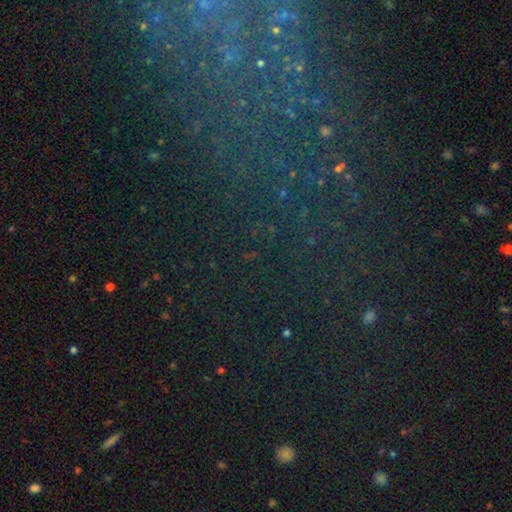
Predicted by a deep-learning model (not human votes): Smooth or featured? star or artifact (76%)